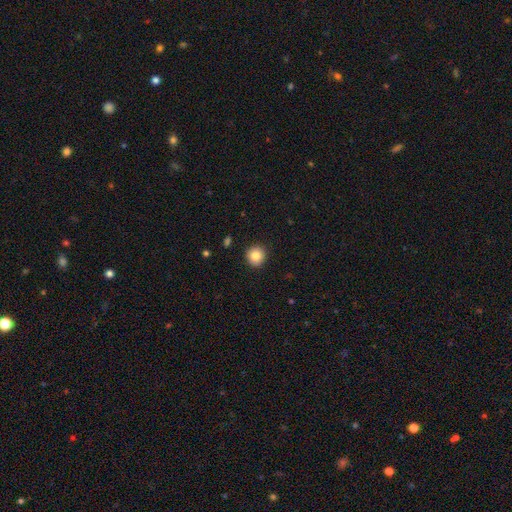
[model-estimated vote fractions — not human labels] This is clearly a smooth galaxy (85%). How rounded: clearly round (93%). Merging: clearly none (92%).